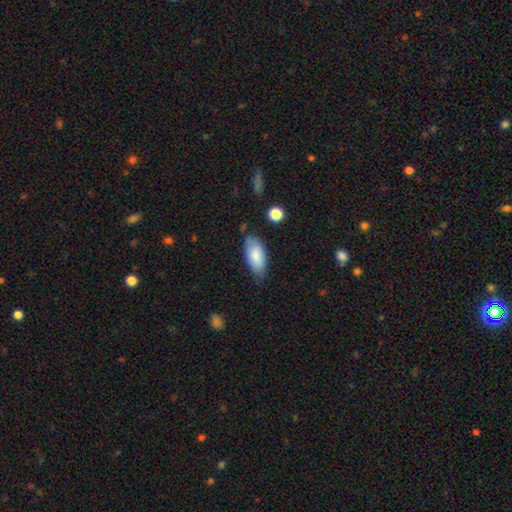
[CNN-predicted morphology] This is clearly a smooth galaxy (83%). How rounded: clearly in between (88%). Merging: likely none (71%).